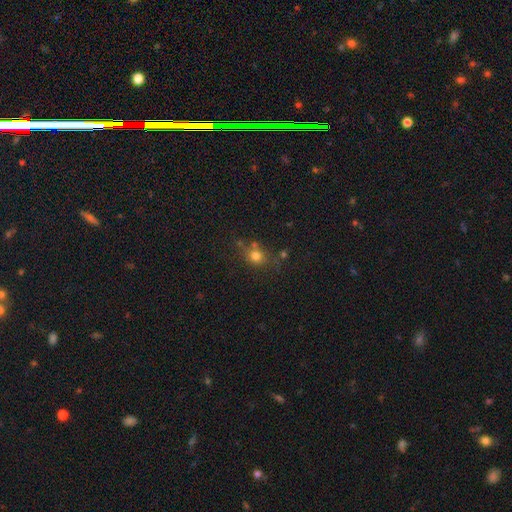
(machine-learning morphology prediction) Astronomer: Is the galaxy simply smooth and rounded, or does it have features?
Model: smooth — 73%.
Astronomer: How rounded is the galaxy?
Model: round — 76%.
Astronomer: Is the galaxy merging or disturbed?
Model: none — 64%.